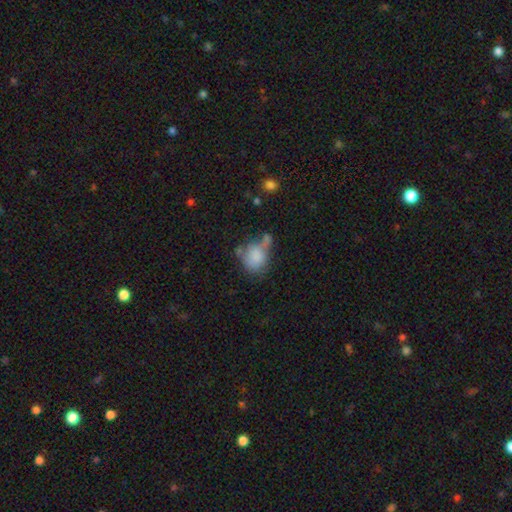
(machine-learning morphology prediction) A smooth galaxy with no disk features (76%) that is round (53%). Merging: merger (30%).